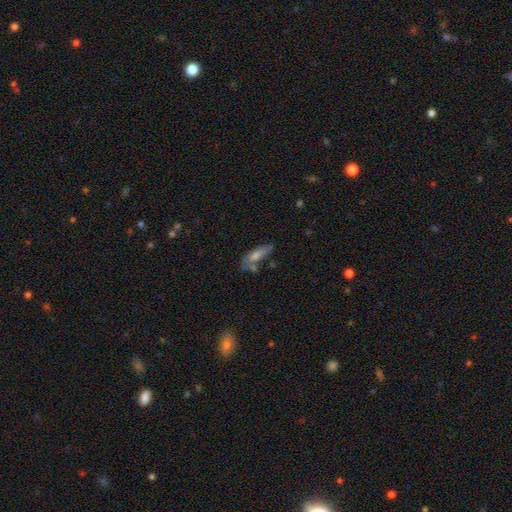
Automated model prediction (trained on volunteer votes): Morphology: type=smooth (52%); roundness=cigar-shaped (51%); merging=none (52%).